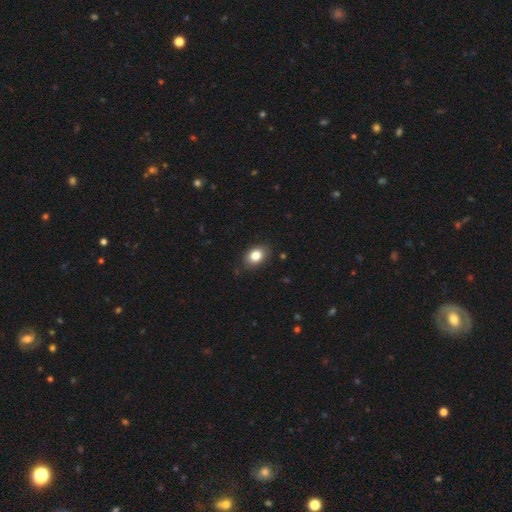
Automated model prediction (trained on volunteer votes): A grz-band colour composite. It shows a smooth galaxy with no disk features (83%) that is in between round and cigar-shaped (79%). Merging: none (84%).